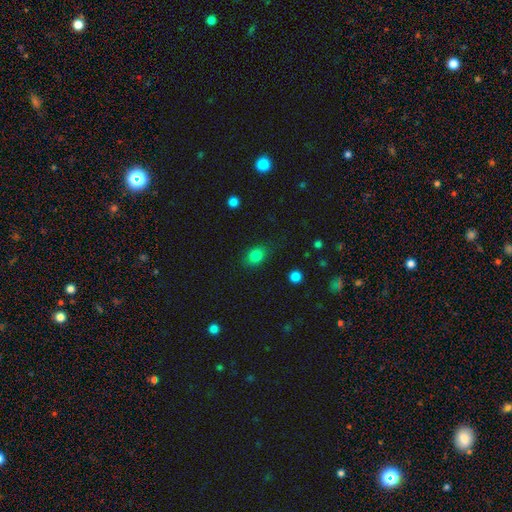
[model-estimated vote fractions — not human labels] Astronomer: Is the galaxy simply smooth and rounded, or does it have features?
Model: smooth — 83%.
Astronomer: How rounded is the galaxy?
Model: in between — 68%.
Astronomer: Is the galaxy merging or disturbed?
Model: none — 79%.